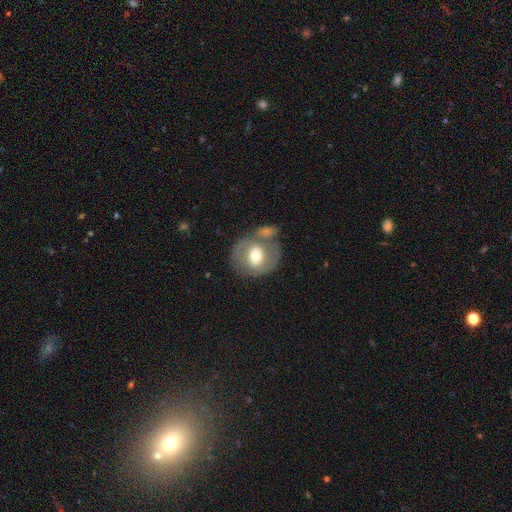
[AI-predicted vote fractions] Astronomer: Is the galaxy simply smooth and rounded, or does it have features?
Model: smooth — 49% (runner-up: featured or disk, 44%).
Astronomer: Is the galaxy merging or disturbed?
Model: none — 52%.